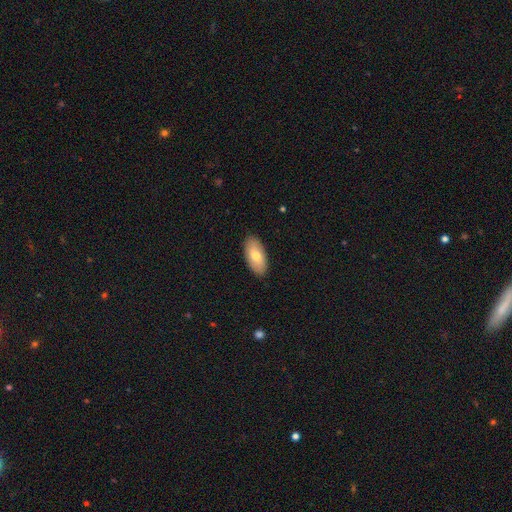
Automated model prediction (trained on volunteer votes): The model was most divided on "smooth or featured": smooth: 72%, featured or disk: 22%, star or artifact: 6%. More confident: how rounded — in between (93%); merging — none (89%).